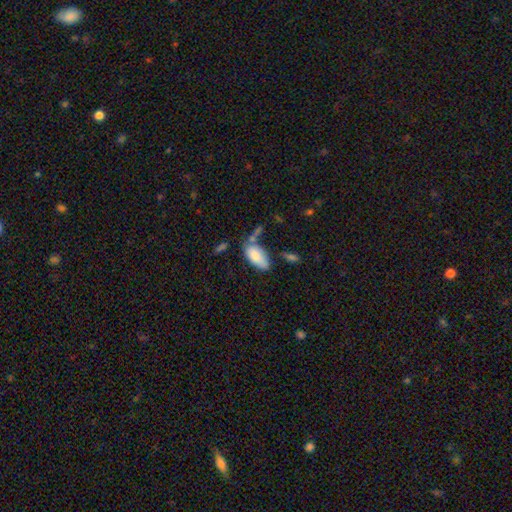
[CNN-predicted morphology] Overall: smooth (83%). How rounded: in between (93%). Merging: none (52%; minor disturbance 24%).